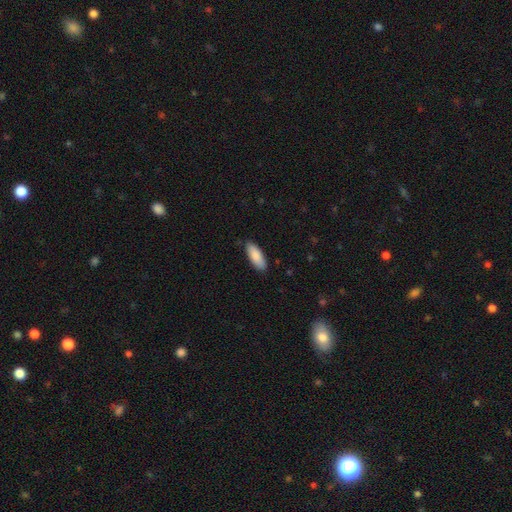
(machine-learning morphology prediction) smooth 88%, featured or disk 6%, star or artifact 6%. Down the decision tree: how rounded — in between (76%); merging — none (85%).